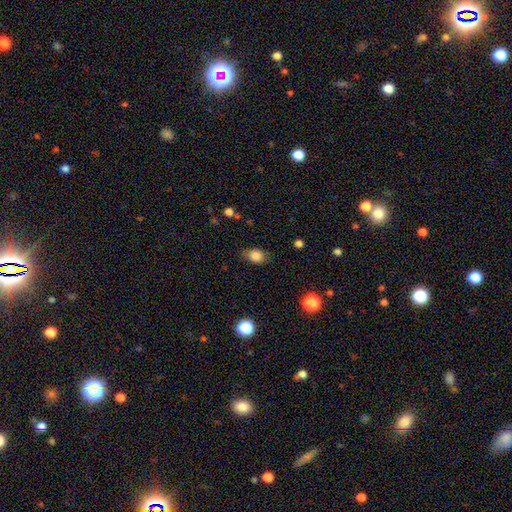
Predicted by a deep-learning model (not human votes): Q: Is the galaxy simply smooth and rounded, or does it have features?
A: smooth — 83%.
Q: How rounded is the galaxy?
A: in between — 68%.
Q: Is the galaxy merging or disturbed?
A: none — 77%.